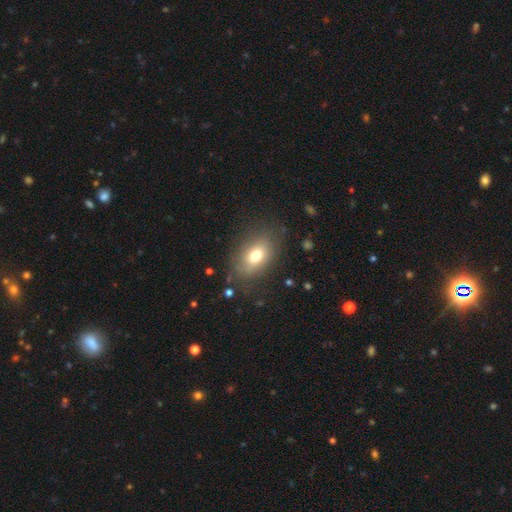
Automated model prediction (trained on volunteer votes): Overall: smooth (72%). How rounded: in between (82%). Merging: none (78%).